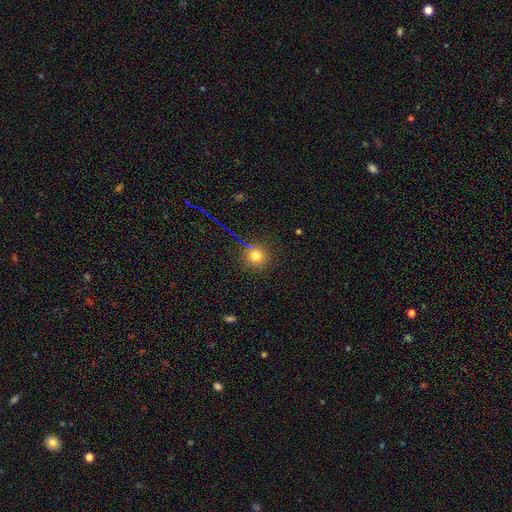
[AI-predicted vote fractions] Smooth or featured?
  - smooth: 73% *
  - star or artifact: 19%
  - featured or disk: 8%
How rounded?
  - round: 93% *
  - in between: 6%
  - cigar-shaped: 1%
Merging?
  - none: 87% *
  - minor disturbance: 8%
  - major disturbance: 3%
  - merger: 2%